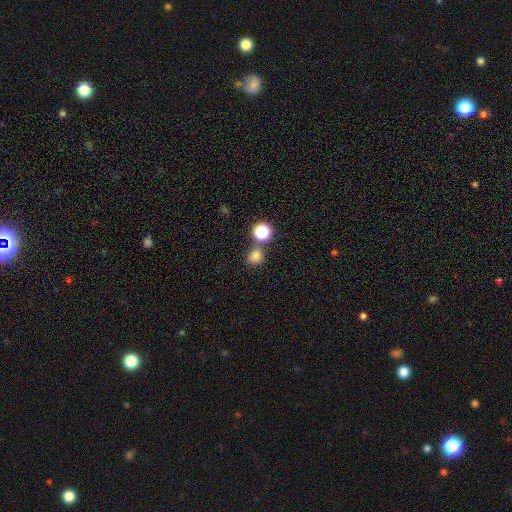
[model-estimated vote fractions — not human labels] Q: Smooth or featured?
A: smooth (78%); runner-up: star or artifact (18%)
Q: How rounded?
A: round (83%); runner-up: in between (16%)
Q: Merging?
A: none (70%); runner-up: merger (18%)